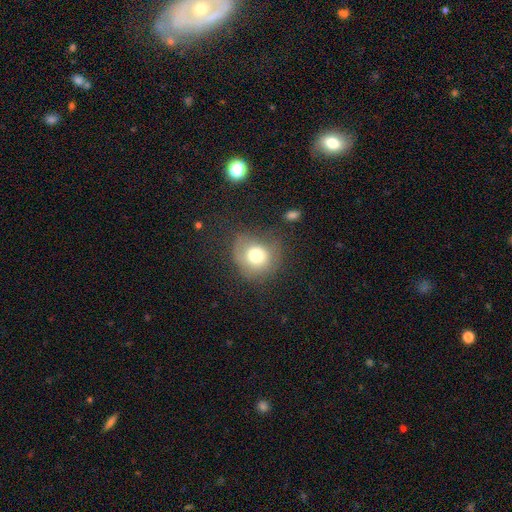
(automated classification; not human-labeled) Smooth or featured?
  - smooth: 69% *
  - featured or disk: 20%
  - star or artifact: 11%
How rounded?
  - round: 75% *
  - in between: 24%
  - cigar-shaped: 1%
Merging?
  - none: 55% *
  - minor disturbance: 25%
  - major disturbance: 16%
  - merger: 3%